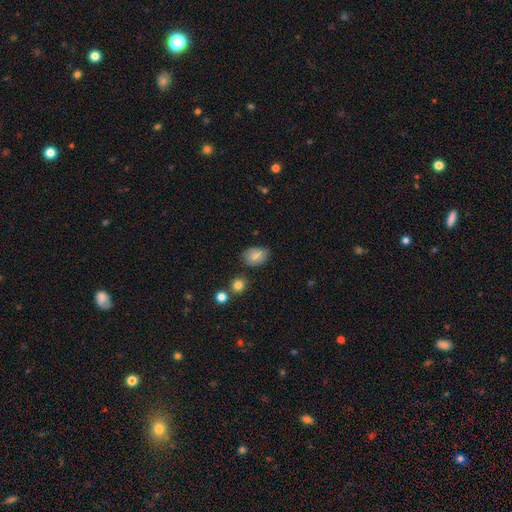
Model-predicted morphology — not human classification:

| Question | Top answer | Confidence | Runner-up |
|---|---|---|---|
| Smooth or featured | smooth | 83% | featured or disk (8%) |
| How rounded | in between | 79% | round (20%) |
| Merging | none | 75% | minor disturbance (19%) |